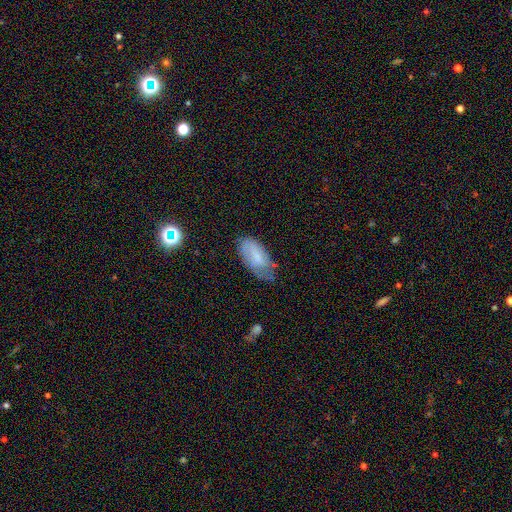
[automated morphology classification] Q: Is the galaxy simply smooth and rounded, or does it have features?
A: smooth — 67%.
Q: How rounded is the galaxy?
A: in between — 90%.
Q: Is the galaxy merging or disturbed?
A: none — 46%.